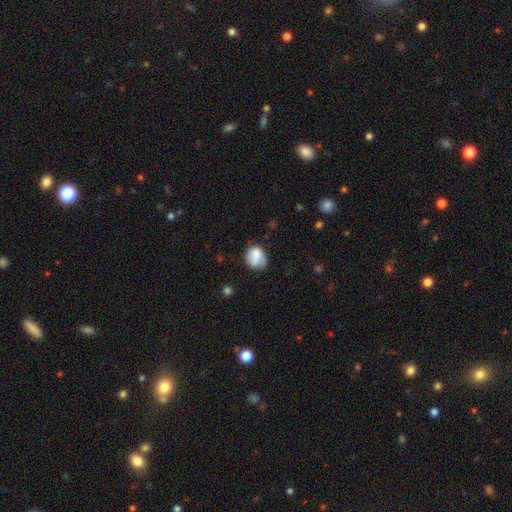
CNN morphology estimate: A smooth galaxy with no disk features (78%) that is round (62%). Merging: none (58%).